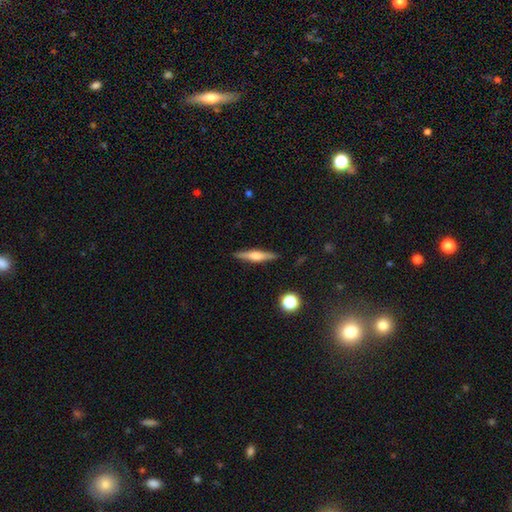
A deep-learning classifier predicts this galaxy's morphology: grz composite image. It shows a featured or disk galaxy (63%) viewed edge-on (97%) with a rounded central bulge (76%). Merging: none (89%).